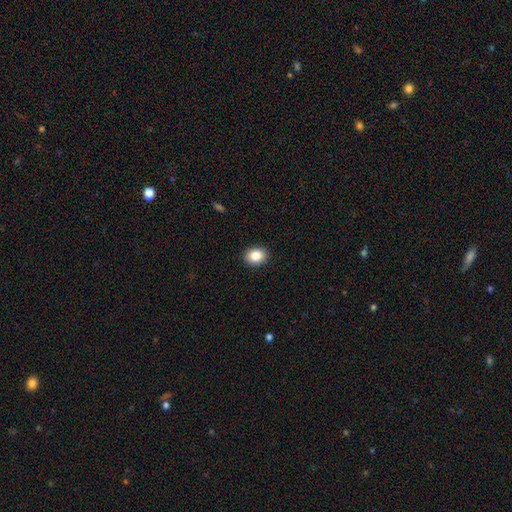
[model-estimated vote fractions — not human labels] A smooth galaxy with no disk features (86%) that is in between round and cigar-shaped (57%).

Vote fractions:
- Smooth or featured? smooth: 86% / star or artifact: 9% / featured or disk: 5%
- How rounded? in between: 57% / round: 43% / cigar-shaped: 1%
- Merging? none: 91% / minor disturbance: 6% / major disturbance: 2% / merger: 1%